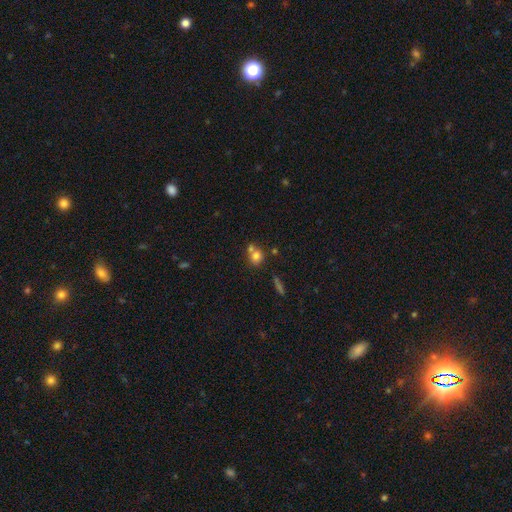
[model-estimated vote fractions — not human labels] smooth_or_featured: smooth (p=0.75) [alt: featured or disk p=0.13]
how_rounded: round (p=0.73) [alt: in between p=0.26]
merging: merger (p=0.44) [alt: none p=0.43]